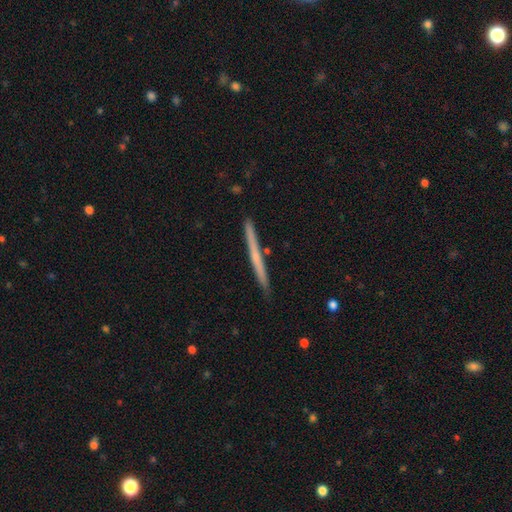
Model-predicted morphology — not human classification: A featured or disk galaxy (53%) viewed edge-on (97%) with no central bulge (80%).

Vote fractions:
- Smooth or featured? featured or disk: 53% / smooth: 42% / star or artifact: 6%
- Edge-on disk? yes: 97% / no: 3%
- Edge-on bulge? none: 80% / rounded: 16% / boxy: 4%
- Merging? none: 90% / minor disturbance: 7% / merger: 1% / major disturbance: 1%